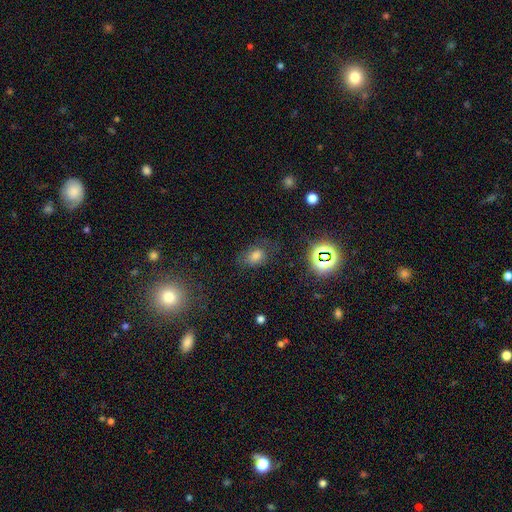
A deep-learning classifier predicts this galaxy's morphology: Smooth or featured?
  - smooth: 65% *
  - star or artifact: 25%
  - featured or disk: 10%
How rounded?
  - in between: 71% *
  - round: 28%
  - cigar-shaped: 2%
Merging?
  - none: 69% *
  - minor disturbance: 20%
  - major disturbance: 9%
  - merger: 2%